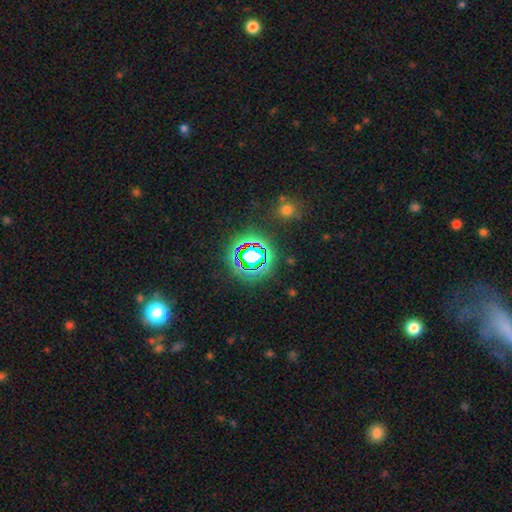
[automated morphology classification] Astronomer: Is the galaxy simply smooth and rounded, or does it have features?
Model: star or artifact — 68%.